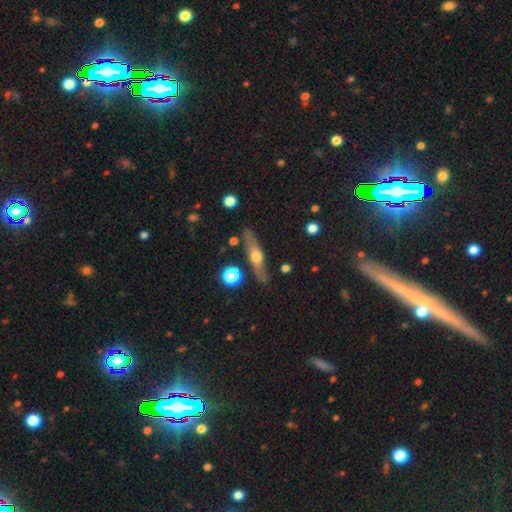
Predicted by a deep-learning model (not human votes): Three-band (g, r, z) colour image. It shows a featured or disk galaxy (61%) viewed edge-on (86%) with a rounded central bulge (93%). Merging: none (80%).